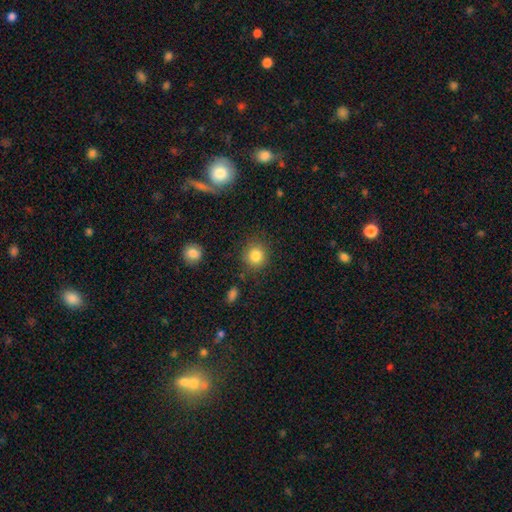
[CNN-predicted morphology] Q: Smooth or featured?
A: smooth (84%); runner-up: star or artifact (10%)
Q: How rounded?
A: round (88%); runner-up: in between (11%)
Q: Merging?
A: none (85%); runner-up: minor disturbance (10%)